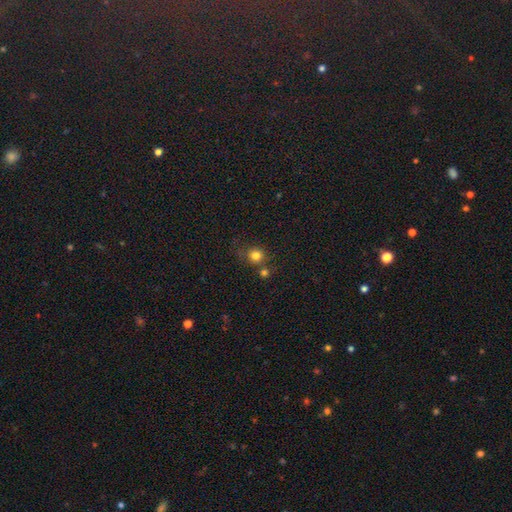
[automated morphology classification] This appears to be a smooth galaxy with no disk features (79%) that is round (89%). Merging: none (67%).